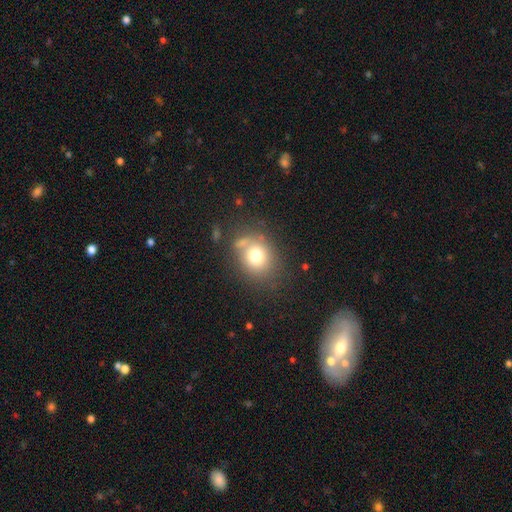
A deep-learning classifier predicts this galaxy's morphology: smooth-or-featured: smooth: 73% | featured or disk: 14% | star or artifact: 13%
  how-rounded: round: 65% | in between: 34% | cigar-shaped: 1%
  merging: none: 66% | minor disturbance: 16% | merger: 10% | major disturbance: 8%